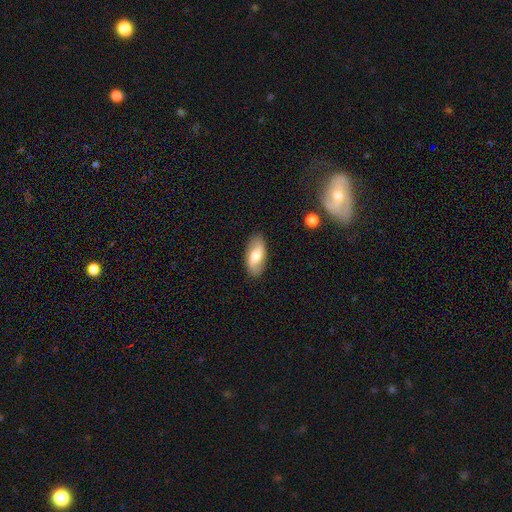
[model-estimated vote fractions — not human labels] Smooth or featured?
  - smooth: 61% *
  - featured or disk: 32%
  - star or artifact: 6%
How rounded?
  - in between: 89% *
  - cigar-shaped: 8%
  - round: 3%
Merging?
  - none: 87% *
  - minor disturbance: 10%
  - major disturbance: 2%
  - merger: 1%